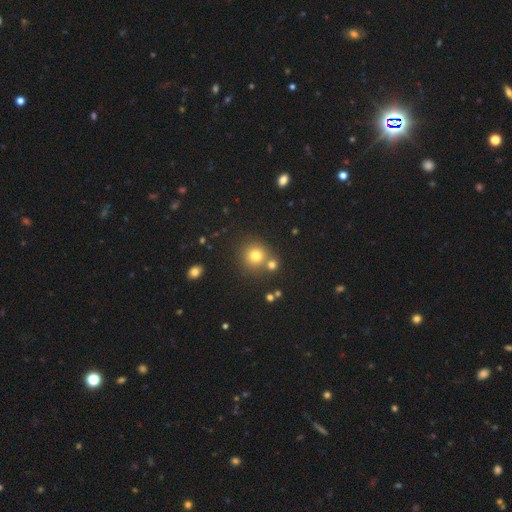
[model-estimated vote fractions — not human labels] This is likely a smooth galaxy (75%). How rounded: clearly round (90%). Merging: likely none (68%).